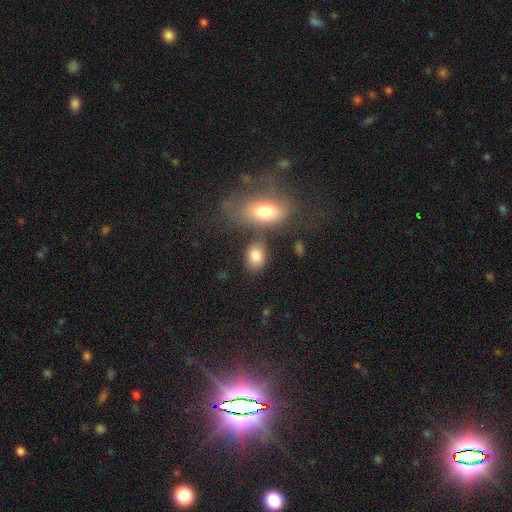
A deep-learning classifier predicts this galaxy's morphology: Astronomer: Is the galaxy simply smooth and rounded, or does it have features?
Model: smooth — 81%.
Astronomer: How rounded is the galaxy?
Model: in between — 80%.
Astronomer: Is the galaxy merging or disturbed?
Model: none — 63%.